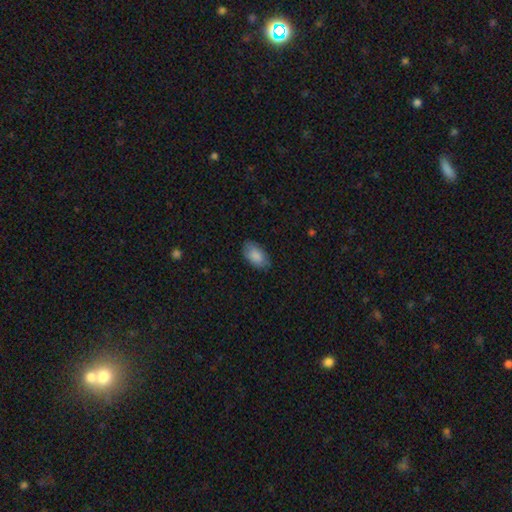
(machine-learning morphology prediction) Overall: smooth (86%). How rounded: in between (94%). Merging: none (82%).